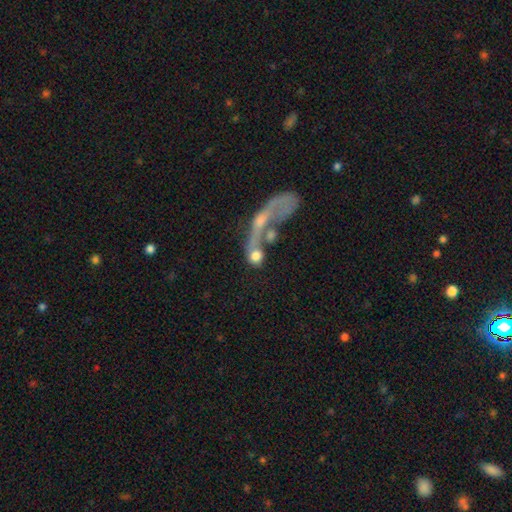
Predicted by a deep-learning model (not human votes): Q: Smooth or featured?
A: smooth (68%); runner-up: featured or disk (21%)
Q: How rounded?
A: round (68%); runner-up: in between (22%)
Q: Merging?
A: merger (45%); runner-up: none (30%)